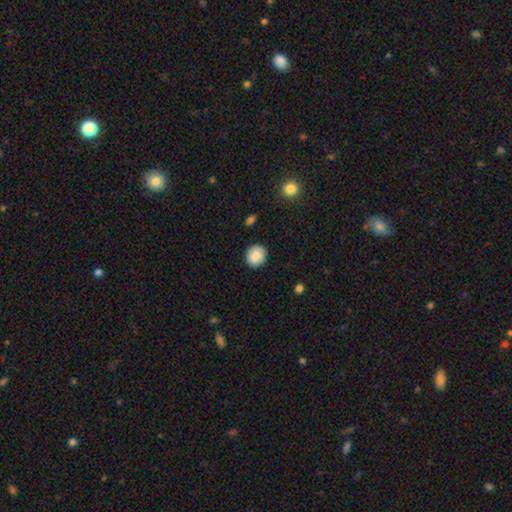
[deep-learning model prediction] Smooth or featured: smooth — 86% (star or artifact — 7%)
How rounded: round — 84% (in between — 16%)
Merging: none — 89% (minor disturbance — 8%)